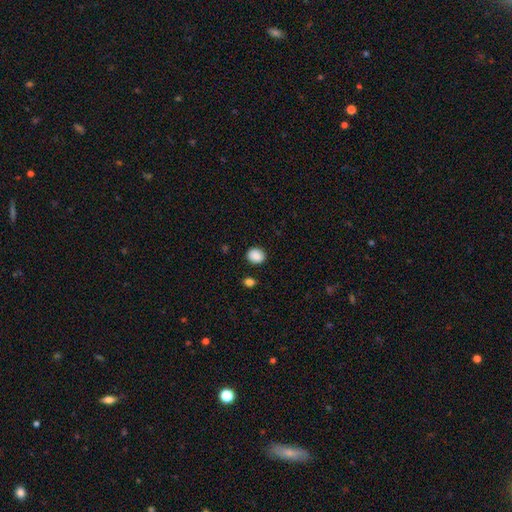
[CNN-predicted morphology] Smooth or featured? smooth (89%)
How rounded? round (69%)
Merging? none (88%)